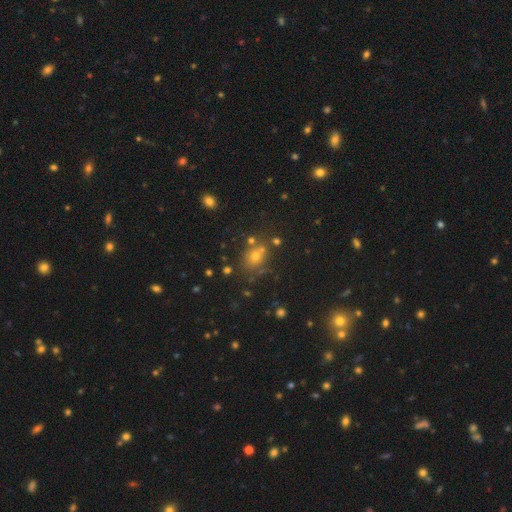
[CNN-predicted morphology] smooth 58%, star or artifact 29%, featured or disk 13%. Down the decision tree: how rounded — round (55%); merging — none (63%).